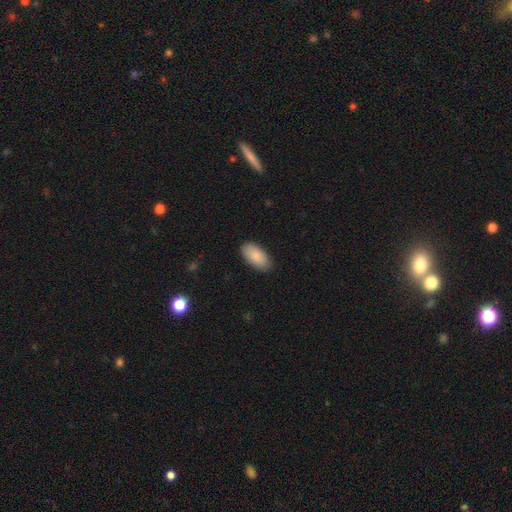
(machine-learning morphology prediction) smooth_or_featured: smooth (p=0.88) [alt: featured or disk p=0.06]
how_rounded: in between (p=0.94) [alt: cigar-shaped p=0.04]
merging: none (p=0.87) [alt: minor disturbance p=0.10]